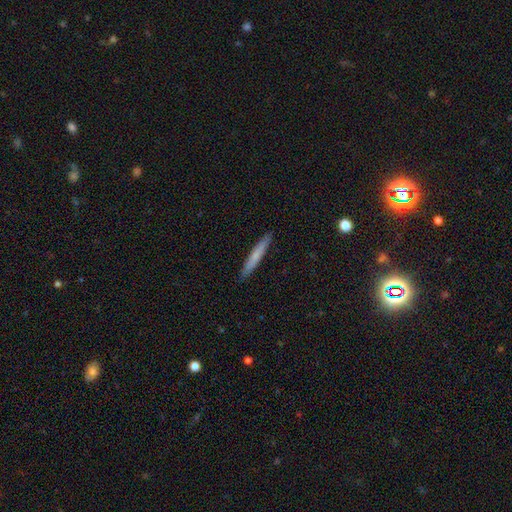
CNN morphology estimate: smooth 67%, featured or disk 28%, star or artifact 5%. Down the decision tree: how rounded — cigar-shaped (96%); merging — none (92%).